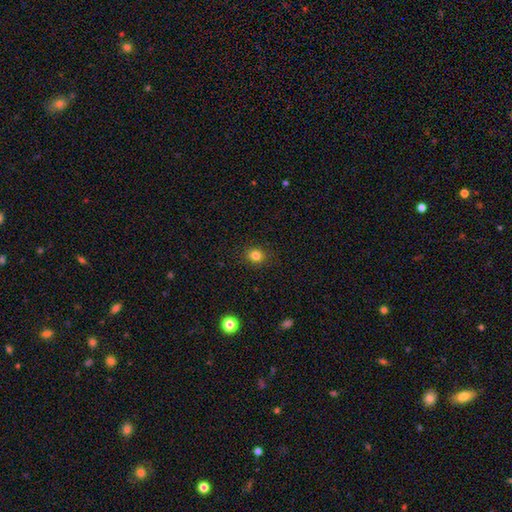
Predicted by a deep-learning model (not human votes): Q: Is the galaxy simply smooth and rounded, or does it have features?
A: smooth — 82%.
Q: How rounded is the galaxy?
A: round — 77%.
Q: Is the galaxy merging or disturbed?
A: none — 90%.